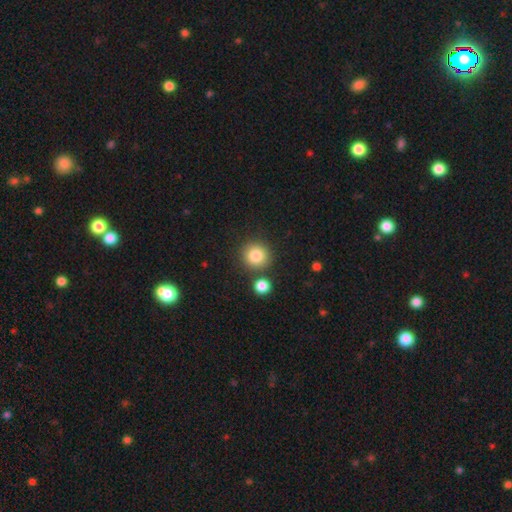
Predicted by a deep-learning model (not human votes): Morphology: type=smooth (84%); roundness=round (92%); merging=none (80%).